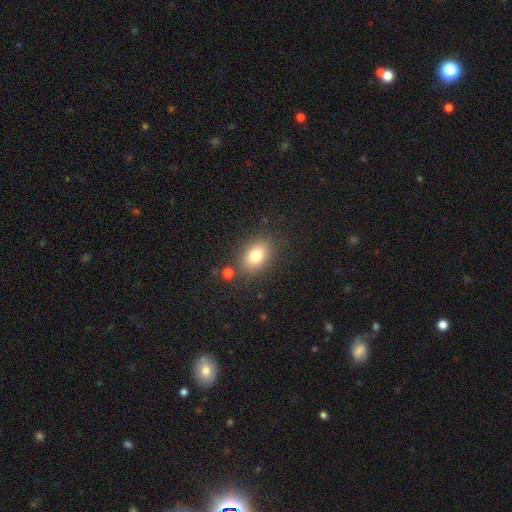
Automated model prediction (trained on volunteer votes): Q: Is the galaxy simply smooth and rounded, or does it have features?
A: smooth — 78%.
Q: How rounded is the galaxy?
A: in between — 77%.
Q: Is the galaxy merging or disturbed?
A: none — 80%.